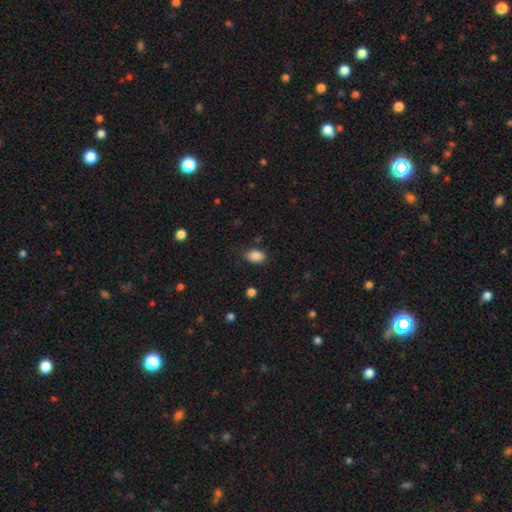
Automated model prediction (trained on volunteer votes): The model was most divided on "merging": none: 76%, minor disturbance: 19%, major disturbance: 4%, merger: 2%. More confident: smooth or featured — smooth (87%); how rounded — in between (85%).